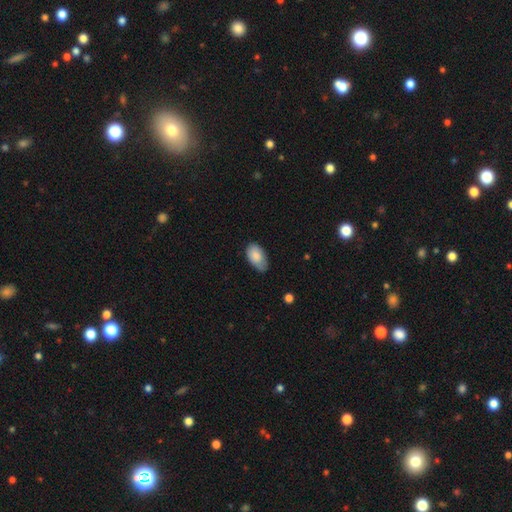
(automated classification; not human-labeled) smooth-or-featured: smooth: 83% | featured or disk: 11% | star or artifact: 7%
  how-rounded: in between: 94% | round: 5% | cigar-shaped: 1%
  merging: none: 59% | minor disturbance: 33% | major disturbance: 6% | merger: 2%